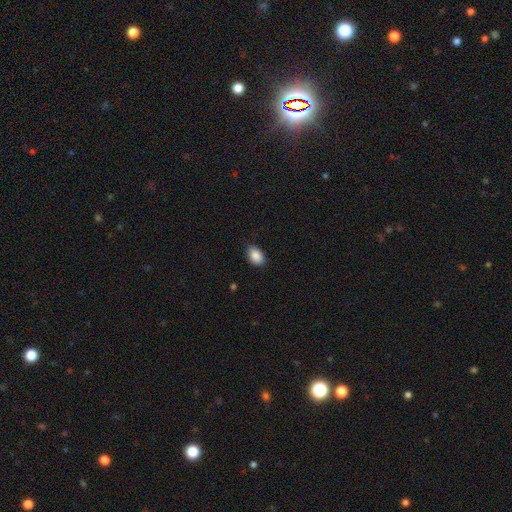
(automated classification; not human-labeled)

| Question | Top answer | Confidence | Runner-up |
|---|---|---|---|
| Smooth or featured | smooth | 89% | star or artifact (7%) |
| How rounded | in between | 86% | round (13%) |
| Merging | none | 86% | minor disturbance (11%) |